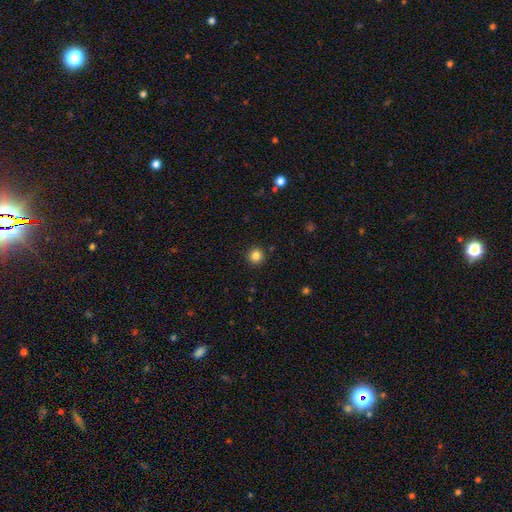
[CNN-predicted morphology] Smooth or featured?
  - smooth: 84% *
  - star or artifact: 12%
  - featured or disk: 4%
How rounded?
  - round: 95% *
  - in between: 4%
  - cigar-shaped: 1%
Merging?
  - none: 92% *
  - minor disturbance: 5%
  - major disturbance: 2%
  - merger: 1%